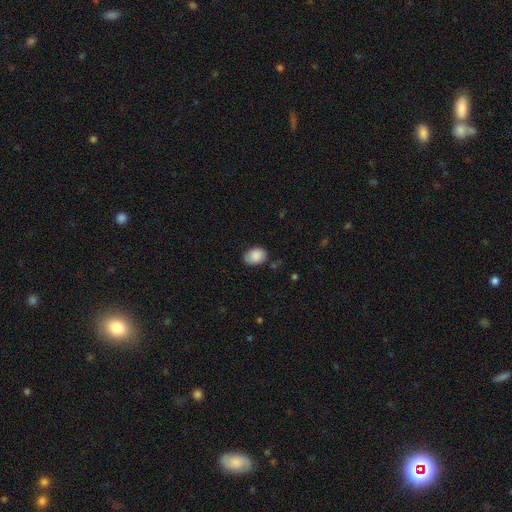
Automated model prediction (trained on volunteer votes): Morphology: type=smooth (87%); roundness=in between (77%); merging=none (74%).